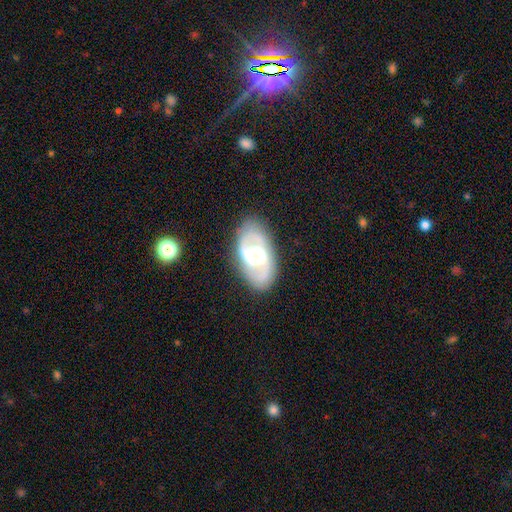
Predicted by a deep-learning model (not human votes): This is likely a featured or disk galaxy (79%). It is clearly not viewed edge-on (95%). Bar: possibly weak (46%). Spiral arm pattern: clearly yes (86%). Spiral arm count: clearly 2 (89%). Spiral winding: possibly medium (51%). Central bulge: possibly moderate (57%). Merging: clearly none (82%).